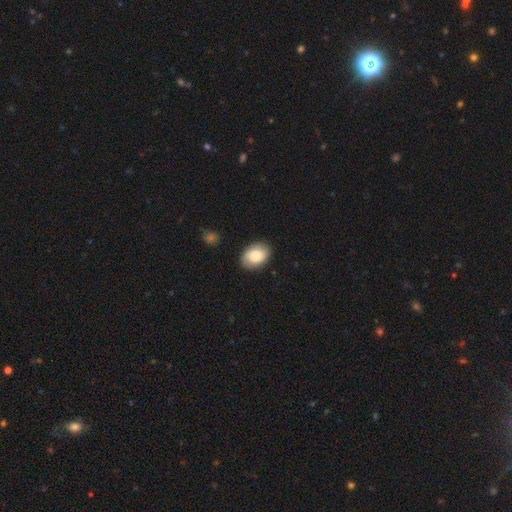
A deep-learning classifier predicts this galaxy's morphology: type=smooth (80%); roundness=in between (81%); merging=none (84%).